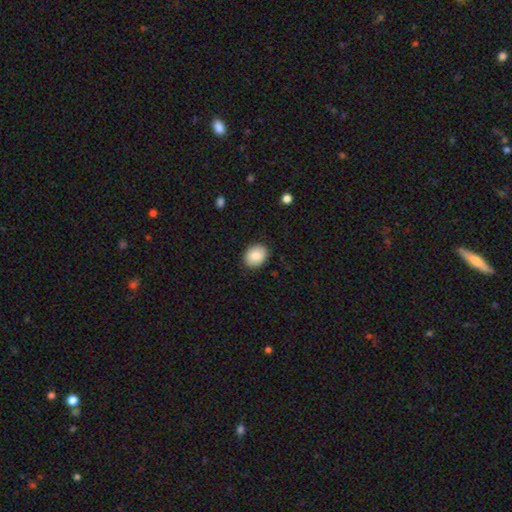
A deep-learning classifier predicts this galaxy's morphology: smooth-or-featured: smooth: 86% | star or artifact: 7% | featured or disk: 7%
  how-rounded: in between: 52% | round: 47% | cigar-shaped: 1%
  merging: none: 89% | minor disturbance: 8% | major disturbance: 2% | merger: 1%